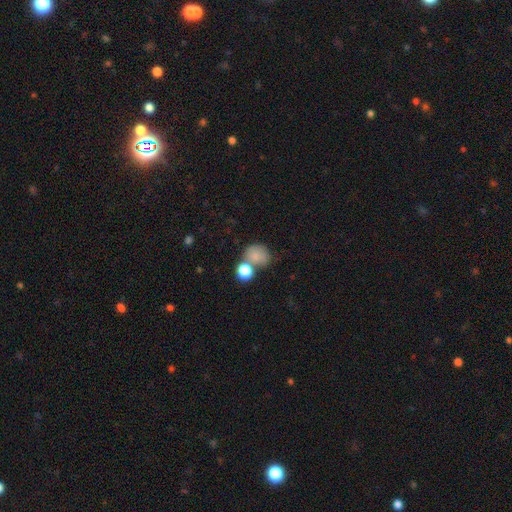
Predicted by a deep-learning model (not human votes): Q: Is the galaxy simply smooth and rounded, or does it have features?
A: smooth — 78%.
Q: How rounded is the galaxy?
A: round — 63%.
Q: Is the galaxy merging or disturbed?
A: none — 45%.